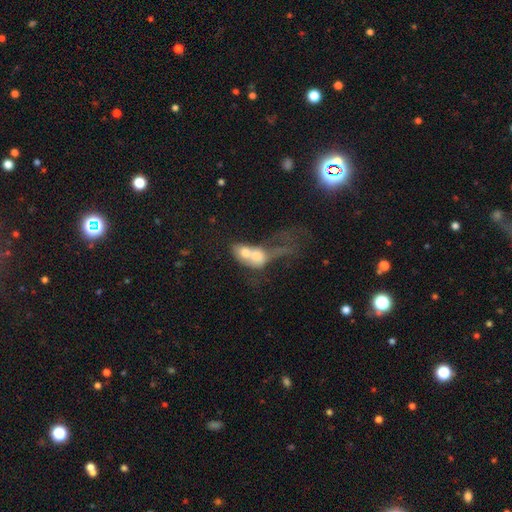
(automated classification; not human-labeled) Q: Smooth or featured?
A: smooth (54%); runner-up: featured or disk (35%)
Q: How rounded?
A: in between (68%); runner-up: round (26%)
Q: Merging?
A: merger (72%); runner-up: major disturbance (16%)